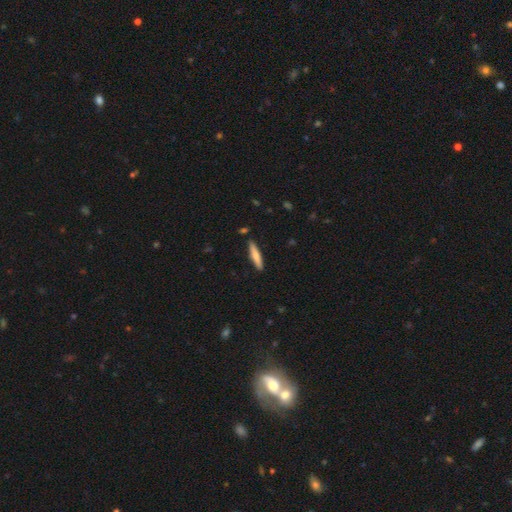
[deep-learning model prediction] Q: Smooth or featured?
A: smooth (67%); runner-up: featured or disk (28%)
Q: How rounded?
A: cigar-shaped (89%); runner-up: in between (10%)
Q: Merging?
A: none (88%); runner-up: minor disturbance (8%)